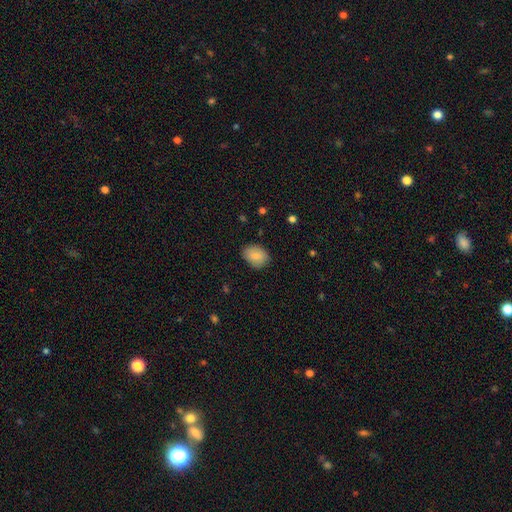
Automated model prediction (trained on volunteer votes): smooth-or-featured: smooth: 84% | featured or disk: 8% | star or artifact: 7%
  how-rounded: in between: 71% | round: 28% | cigar-shaped: 1%
  merging: none: 82% | minor disturbance: 14% | major disturbance: 3% | merger: 1%